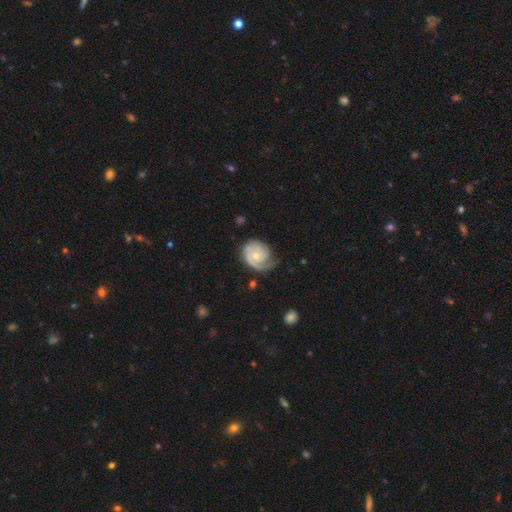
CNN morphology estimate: Smooth or featured? Predicted: featured or disk (p=0.81). Edge-on disk? Predicted: no (p=0.98). Bar? Predicted: no (p=0.72). Spiral arms? Predicted: yes (p=0.95). Spiral winding? Predicted: tight (p=0.54). Spiral arm count? Predicted: 2 (p=0.43). Bulge size? Predicted: small (p=0.54). Merging? Predicted: none (p=0.58).